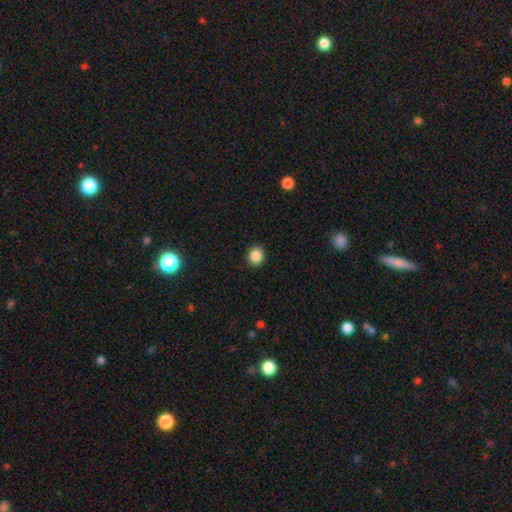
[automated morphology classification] smooth 86%, star or artifact 10%, featured or disk 4%. Down the decision tree: how rounded — round (75%); merging — none (92%).